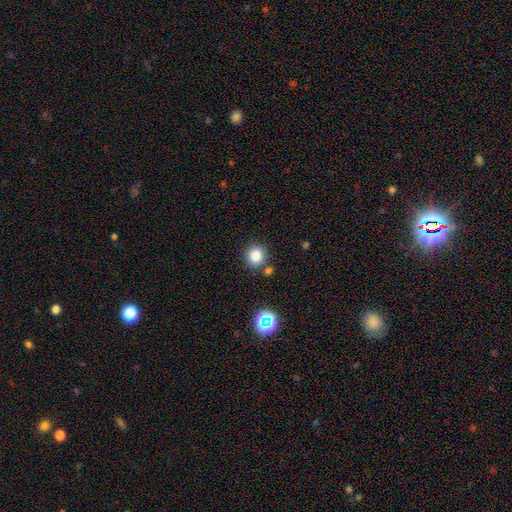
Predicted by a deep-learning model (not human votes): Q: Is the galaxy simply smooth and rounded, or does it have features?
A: smooth — 82%.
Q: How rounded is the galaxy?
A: round — 88%.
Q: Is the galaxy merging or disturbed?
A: none — 81%.